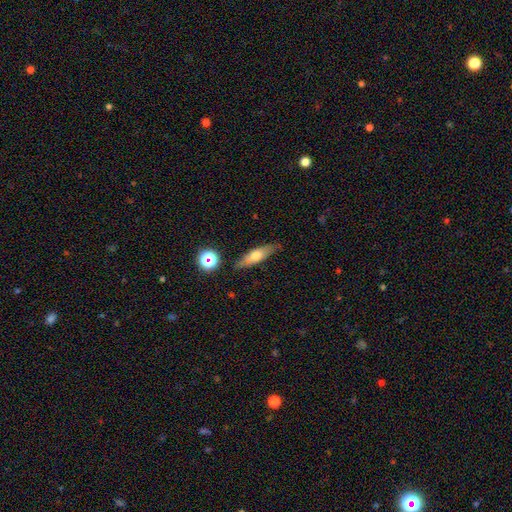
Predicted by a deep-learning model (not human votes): A smooth galaxy with no disk features (56%) that is cigar-shaped (61%). Merging: none (82%).